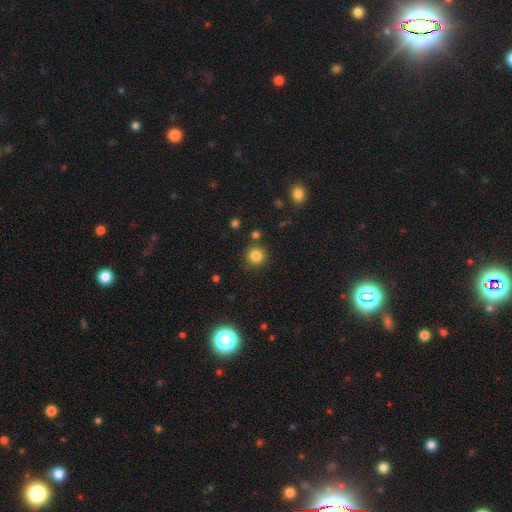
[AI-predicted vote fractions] Smooth or featured? Predicted: smooth (p=0.83). How rounded? Predicted: round (p=0.93). Merging? Predicted: none (p=0.84).